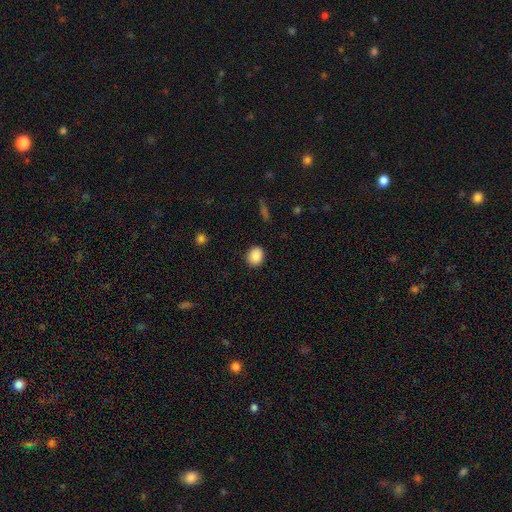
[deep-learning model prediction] A smooth galaxy with no disk features (89%) that is round (66%). Merging: none (89%).